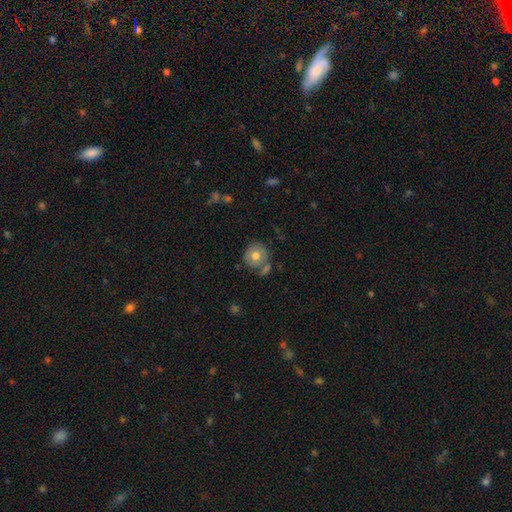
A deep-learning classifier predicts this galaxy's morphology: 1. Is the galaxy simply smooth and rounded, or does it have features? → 66% smooth, 26% featured or disk, 8% star or artifact.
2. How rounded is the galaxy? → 86% round, 13% in between, 1% cigar-shaped.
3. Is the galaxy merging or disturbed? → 64% none, 16% minor disturbance, 14% merger, 6% major disturbance.